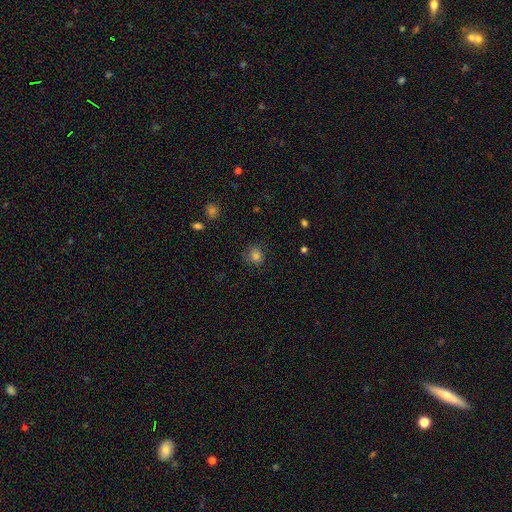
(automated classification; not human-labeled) smooth_or_featured: smooth (p=0.78) [alt: star or artifact p=0.15]
how_rounded: round (p=0.83) [alt: in between p=0.16]
merging: none (p=0.81) [alt: minor disturbance p=0.13]